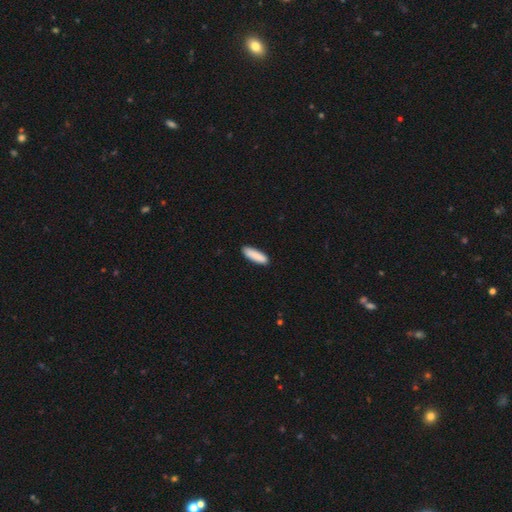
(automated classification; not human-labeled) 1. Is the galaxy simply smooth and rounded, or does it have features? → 90% smooth, 6% star or artifact, 5% featured or disk.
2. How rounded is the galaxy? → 54% cigar-shaped, 44% in between, 1% round.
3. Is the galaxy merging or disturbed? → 89% none, 8% minor disturbance, 2% major disturbance, 1% merger.